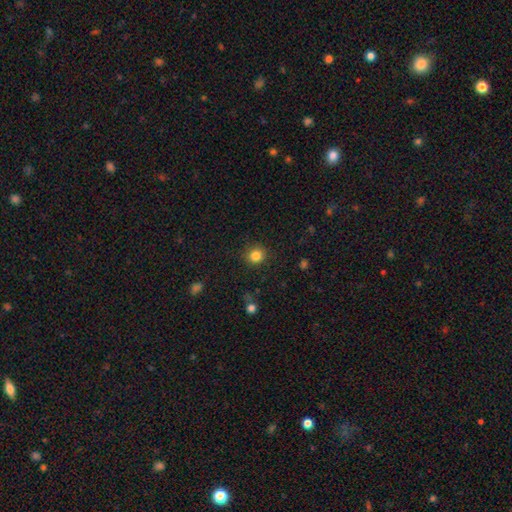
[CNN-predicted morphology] Smooth or featured?
  - smooth: 84% *
  - star or artifact: 11%
  - featured or disk: 4%
How rounded?
  - round: 89% *
  - in between: 10%
  - cigar-shaped: 1%
Merging?
  - none: 87% *
  - minor disturbance: 8%
  - major disturbance: 3%
  - merger: 1%